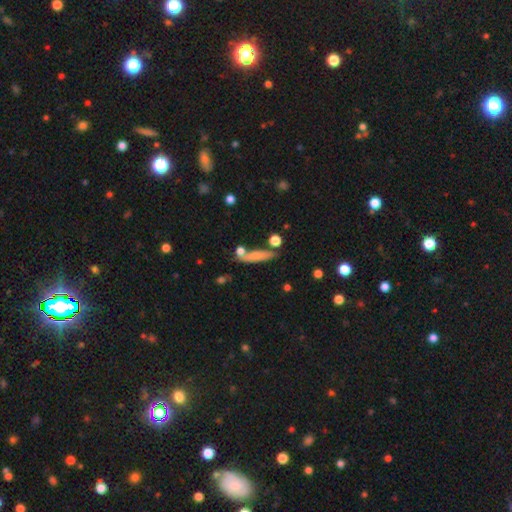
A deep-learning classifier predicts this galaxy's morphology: Q: Smooth or featured?
A: smooth (70%); runner-up: featured or disk (22%)
Q: How rounded?
A: cigar-shaped (76%); runner-up: in between (21%)
Q: Merging?
A: none (65%); runner-up: minor disturbance (16%)